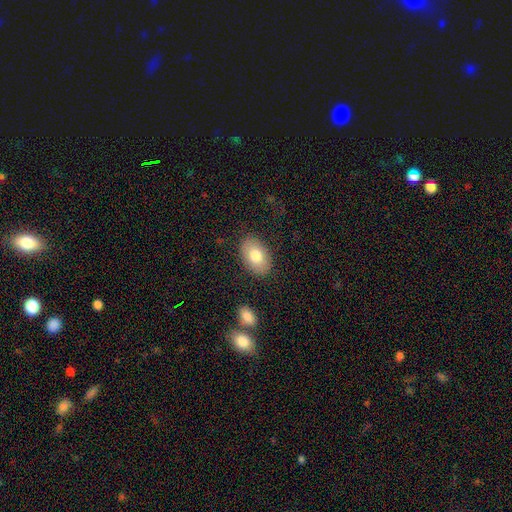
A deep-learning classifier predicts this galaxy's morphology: type=smooth (78%); roundness=in between (89%); merging=none (86%).